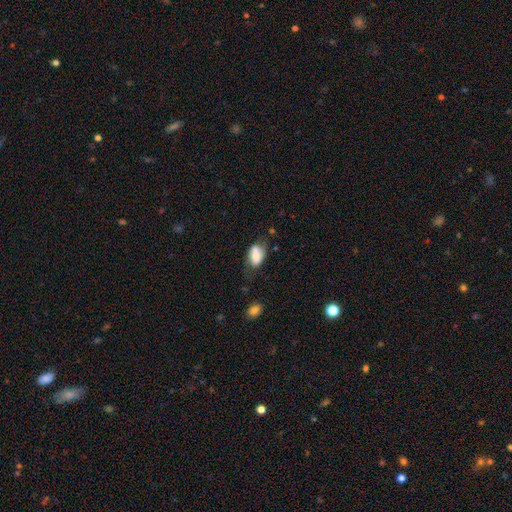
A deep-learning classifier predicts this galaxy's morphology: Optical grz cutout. It shows a smooth galaxy with no disk features (65%) that is in between round and cigar-shaped (88%). Merging: none (51%).